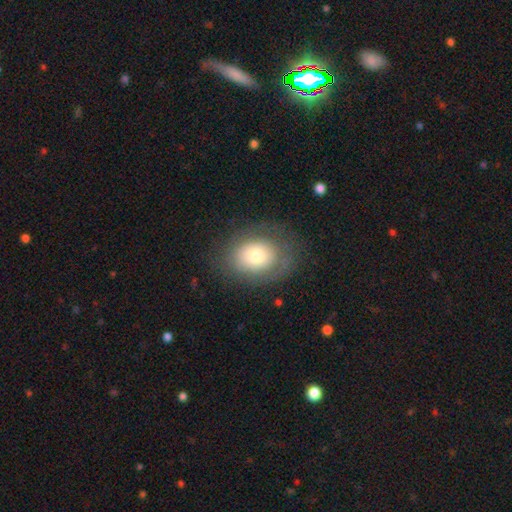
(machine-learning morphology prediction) Smooth or featured? smooth (66%)
How rounded? in between (59%)
Merging? none (74%)